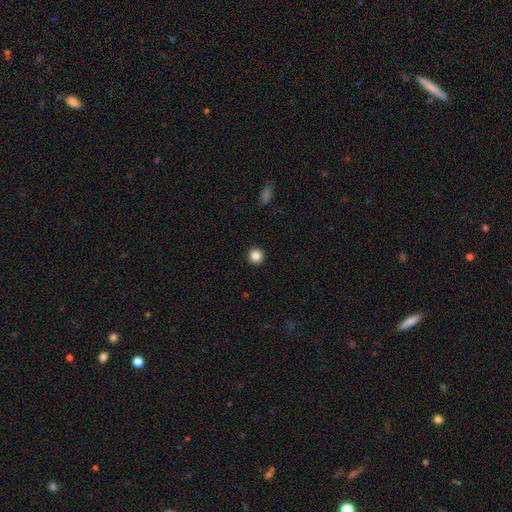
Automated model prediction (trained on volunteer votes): Morphology: type=smooth (85%); roundness=round (95%); merging=none (94%).